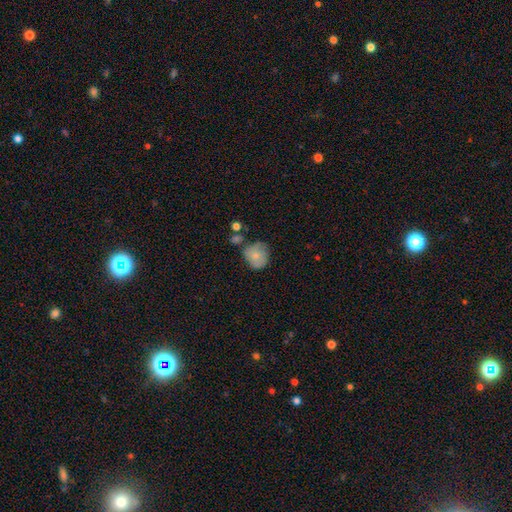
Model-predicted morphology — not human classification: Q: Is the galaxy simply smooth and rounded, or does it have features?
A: smooth — 72%.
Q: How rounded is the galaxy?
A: round — 73%.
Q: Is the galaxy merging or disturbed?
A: none — 49%.